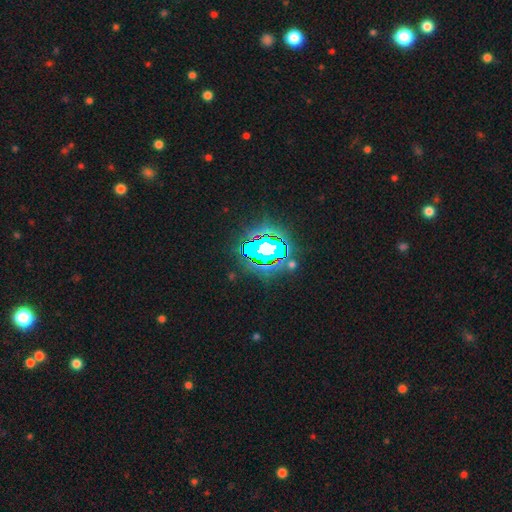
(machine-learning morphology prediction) A star or artifact, not a galaxy (70%).

Vote fractions:
- Smooth or featured? star or artifact: 70% / featured or disk: 15% / smooth: 15%